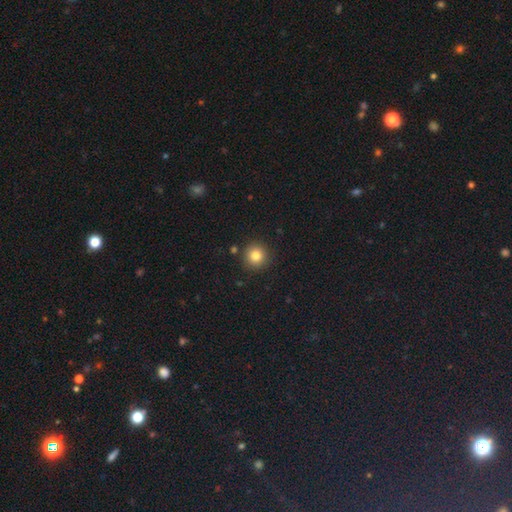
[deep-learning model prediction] The model was most divided on "smooth or featured": smooth: 83%, star or artifact: 11%, featured or disk: 6%. More confident: how rounded — round (94%); merging — none (89%).